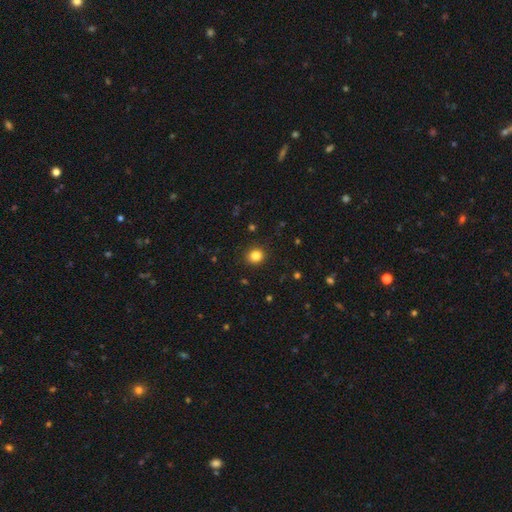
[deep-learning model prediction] Smooth or featured? Predicted: smooth (p=0.84). How rounded? Predicted: round (p=0.84). Merging? Predicted: none (p=0.91).